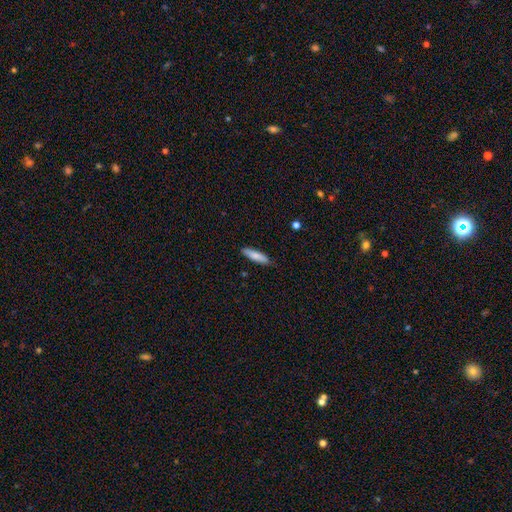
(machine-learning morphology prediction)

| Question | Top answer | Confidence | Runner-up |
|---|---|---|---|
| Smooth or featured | smooth | 81% | featured or disk (14%) |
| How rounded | cigar-shaped | 73% | in between (25%) |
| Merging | none | 88% | minor disturbance (9%) |